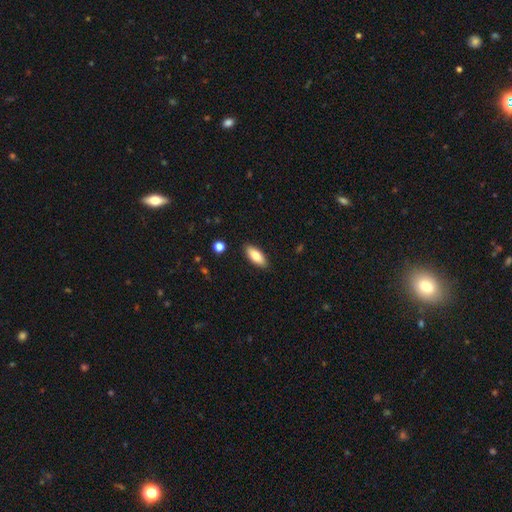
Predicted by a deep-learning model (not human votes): Overall: smooth (78%). How rounded: in between (79%). Merging: none (88%).